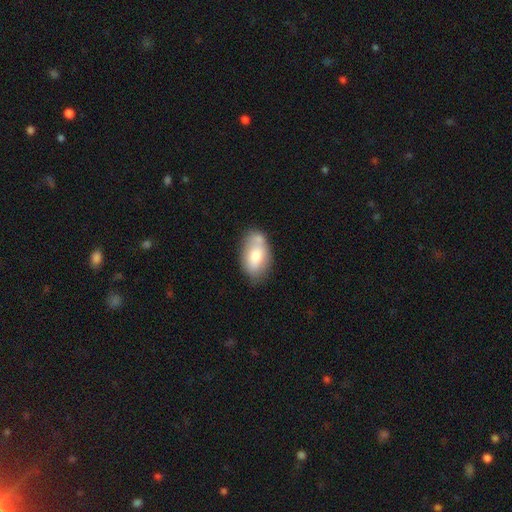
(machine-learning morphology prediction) Smooth or featured?
  - smooth: 69% *
  - featured or disk: 24%
  - star or artifact: 7%
How rounded?
  - in between: 92% *
  - round: 6%
  - cigar-shaped: 2%
Merging?
  - none: 53% *
  - minor disturbance: 21%
  - merger: 20%
  - major disturbance: 5%